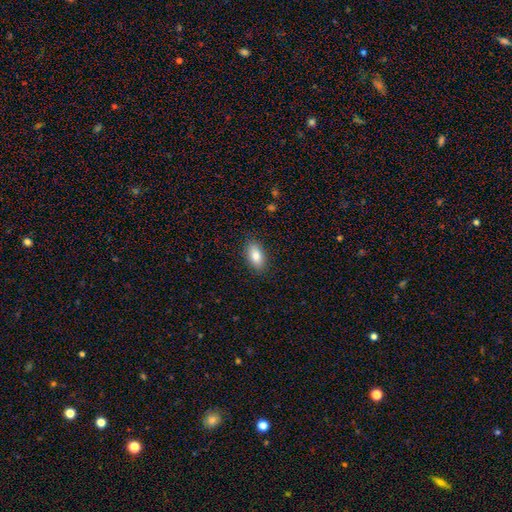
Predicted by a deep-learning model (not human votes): Q: Smooth or featured?
A: smooth (85%); runner-up: featured or disk (8%)
Q: How rounded?
A: in between (91%); runner-up: cigar-shaped (5%)
Q: Merging?
A: none (87%); runner-up: minor disturbance (10%)